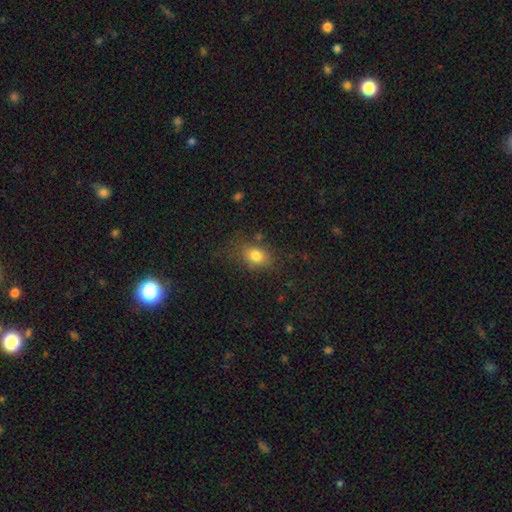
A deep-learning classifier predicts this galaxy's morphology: Q: Smooth or featured?
A: smooth (80%); runner-up: star or artifact (11%)
Q: How rounded?
A: in between (73%); runner-up: round (25%)
Q: Merging?
A: none (72%); runner-up: minor disturbance (18%)